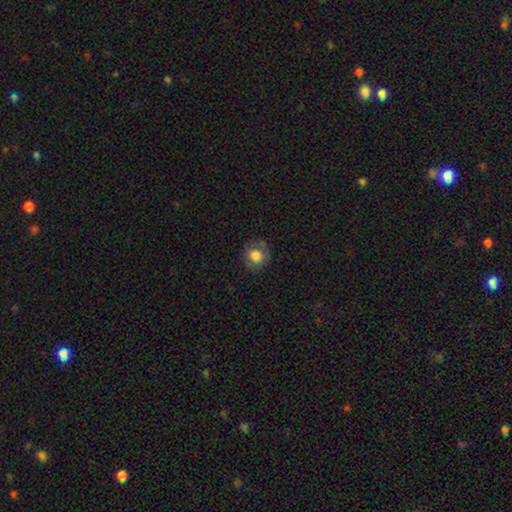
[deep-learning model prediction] Smooth or featured? Predicted: smooth (p=0.77). How rounded? Predicted: round (p=0.85). Merging? Predicted: none (p=0.79).